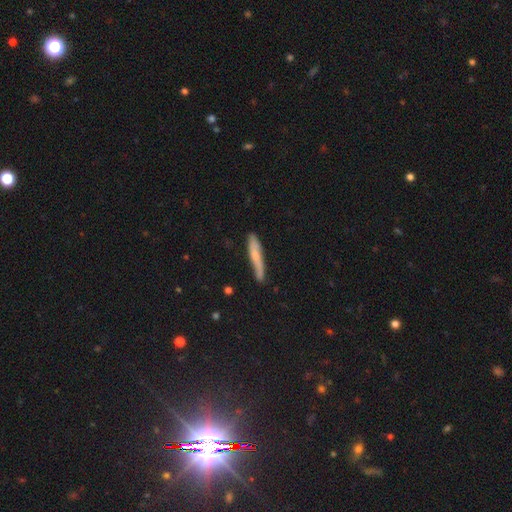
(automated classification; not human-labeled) This is possibly a smooth galaxy (59%). How rounded: clearly cigar-shaped (93%). Merging: likely none (72%).